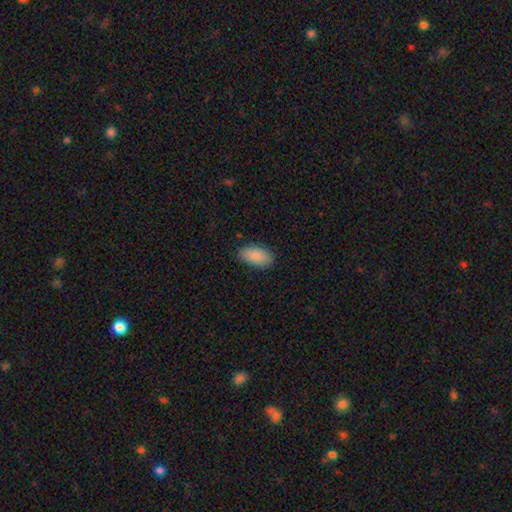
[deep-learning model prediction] A smooth galaxy with no disk features (88%) that is in between round and cigar-shaped (94%). Merging: none (84%).